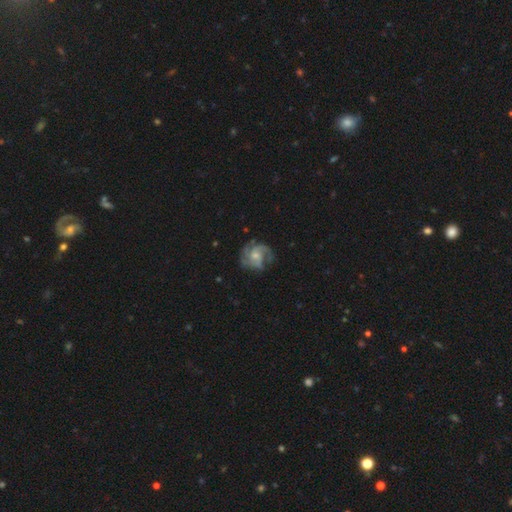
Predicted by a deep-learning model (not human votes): featured or disk 80%, smooth 14%, star or artifact 6%. Down the decision tree: edge-on disk — no (98%); bar — no (63%); spiral arms — yes (94%); spiral arm count — 3 (37%); spiral winding — medium (45%); bulge size — moderate (49%); merging — none (67%).